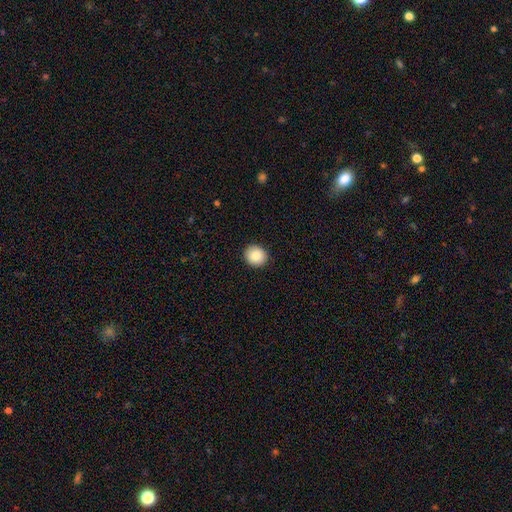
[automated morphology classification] smooth_or_featured: smooth (p=0.88) [alt: star or artifact p=0.08]
how_rounded: round (p=0.84) [alt: in between p=0.15]
merging: none (p=0.92) [alt: minor disturbance p=0.06]